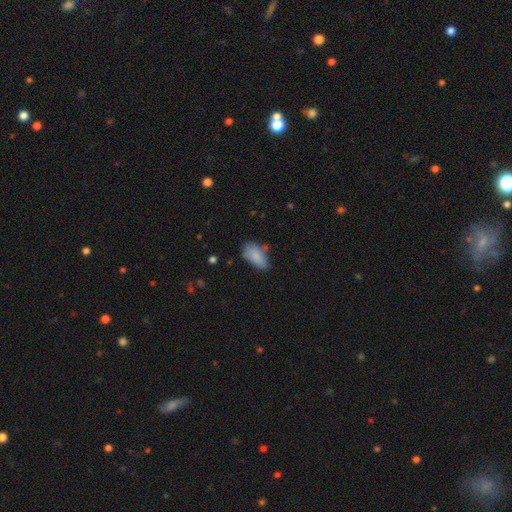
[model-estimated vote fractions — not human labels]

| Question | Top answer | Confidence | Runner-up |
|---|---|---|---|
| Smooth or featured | smooth | 84% | featured or disk (8%) |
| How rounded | in between | 92% | cigar-shaped (5%) |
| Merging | none | 52% | minor disturbance (33%) |